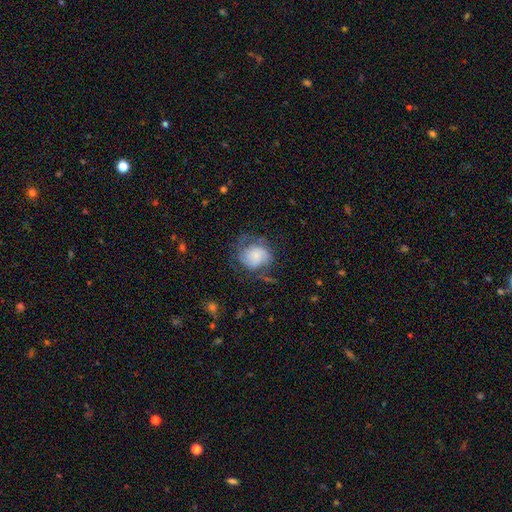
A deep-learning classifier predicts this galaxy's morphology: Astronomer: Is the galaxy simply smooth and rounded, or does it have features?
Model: featured or disk — 60%.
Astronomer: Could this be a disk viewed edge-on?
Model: no — 98%.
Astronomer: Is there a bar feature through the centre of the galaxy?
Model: no — 70%.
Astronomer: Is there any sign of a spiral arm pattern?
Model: yes — 88%.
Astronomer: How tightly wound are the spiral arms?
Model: medium — 43% (runner-up: tight, 35%).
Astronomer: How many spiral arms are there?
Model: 2 — 63%.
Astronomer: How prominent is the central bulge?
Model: small — 40% (runner-up: moderate, 21%).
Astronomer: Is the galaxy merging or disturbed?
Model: none — 50%.